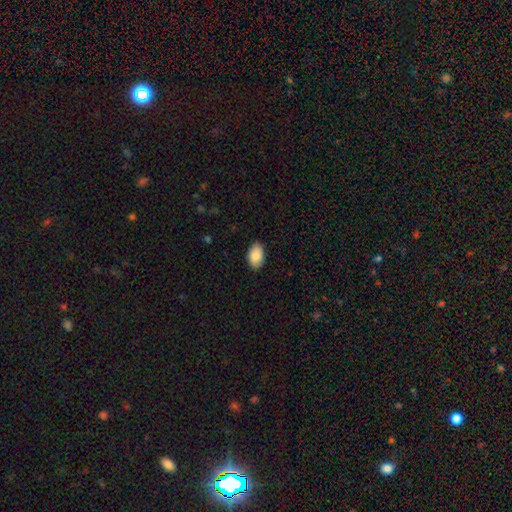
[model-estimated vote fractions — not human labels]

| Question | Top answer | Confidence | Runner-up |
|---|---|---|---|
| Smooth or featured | smooth | 88% | star or artifact (6%) |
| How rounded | in between | 93% | round (6%) |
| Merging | none | 87% | minor disturbance (10%) |